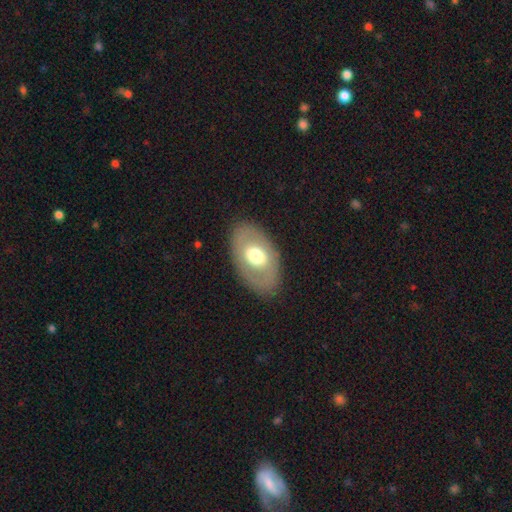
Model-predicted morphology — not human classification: Smooth or featured?
  - smooth: 53% *
  - featured or disk: 41%
  - star or artifact: 7%
How rounded?
  - in between: 87% *
  - round: 12%
  - cigar-shaped: 1%
Merging?
  - none: 83% *
  - minor disturbance: 11%
  - major disturbance: 5%
  - merger: 1%